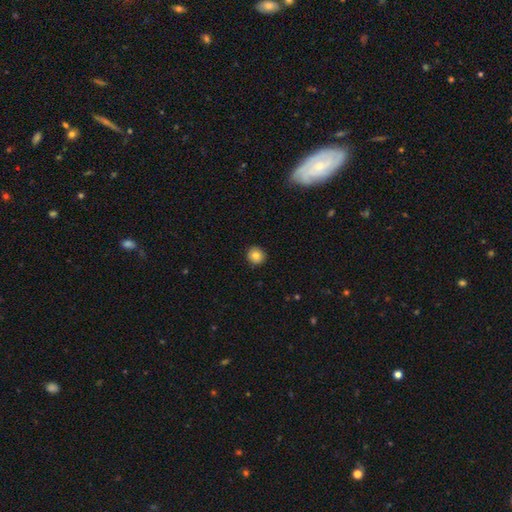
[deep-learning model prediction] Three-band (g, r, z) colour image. It shows a smooth galaxy with no disk features (83%) that is round (93%). Merging: none (92%).